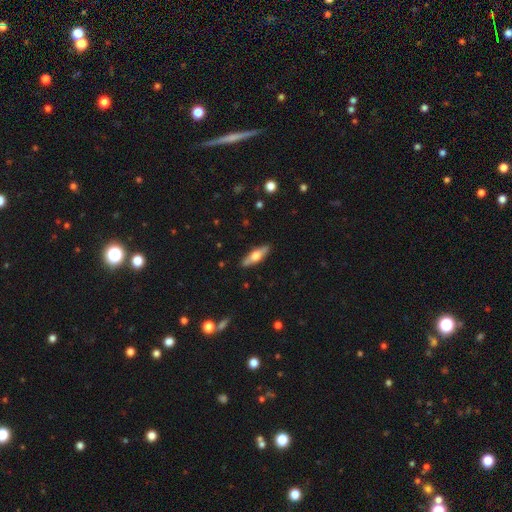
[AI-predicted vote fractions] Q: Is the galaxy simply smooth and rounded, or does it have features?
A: smooth — 50%.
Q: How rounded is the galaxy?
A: cigar-shaped — 52%.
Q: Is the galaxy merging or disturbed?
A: none — 86%.